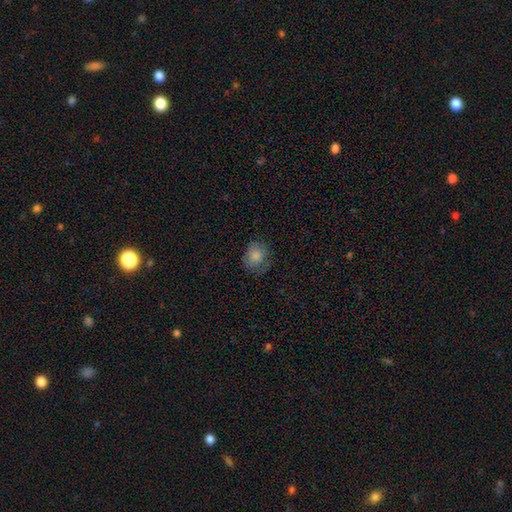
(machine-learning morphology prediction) smooth-or-featured: smooth: 82% | star or artifact: 10% | featured or disk: 8%
  how-rounded: round: 70% | in between: 29% | cigar-shaped: 1%
  merging: none: 69% | minor disturbance: 22% | major disturbance: 8% | merger: 1%